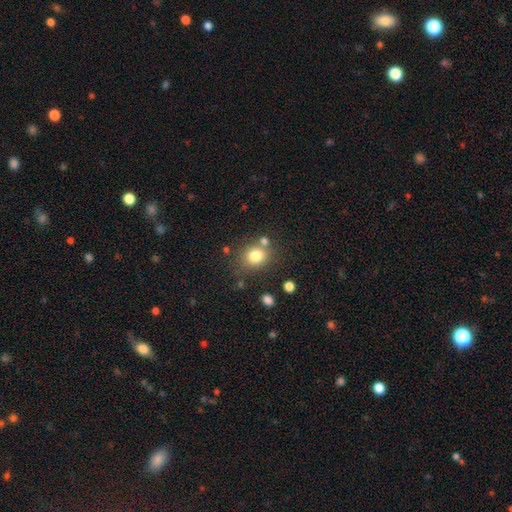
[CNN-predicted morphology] Q: Smooth or featured?
A: smooth (79%); runner-up: star or artifact (12%)
Q: How rounded?
A: round (67%); runner-up: in between (32%)
Q: Merging?
A: none (69%); runner-up: minor disturbance (13%)